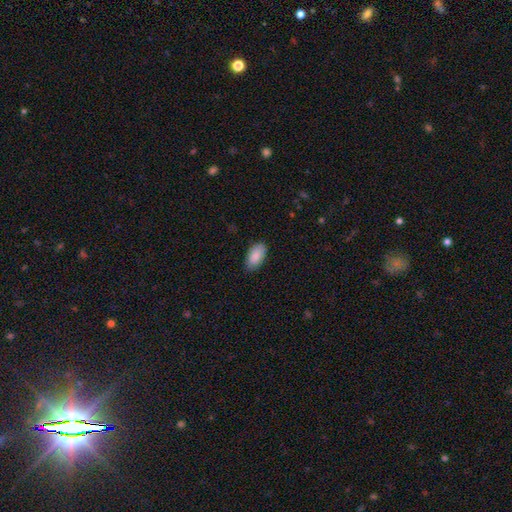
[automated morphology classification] A smooth galaxy with no disk features (90%) that is in between round and cigar-shaped (94%). Merging: none (84%).